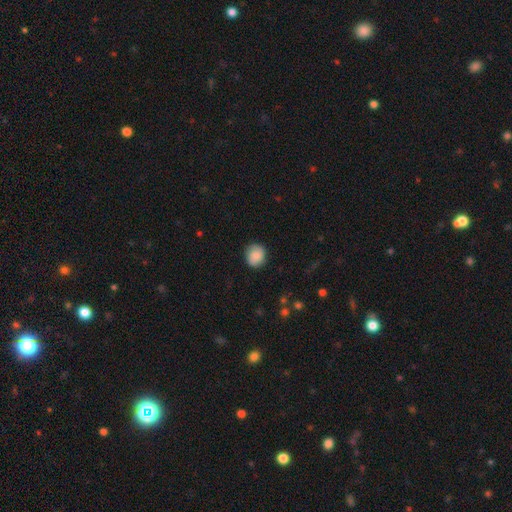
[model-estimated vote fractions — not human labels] smooth-or-featured: smooth: 81% | featured or disk: 11% | star or artifact: 7%
  how-rounded: round: 80% | in between: 19% | cigar-shaped: 1%
  merging: none: 84% | minor disturbance: 12% | major disturbance: 3% | merger: 1%